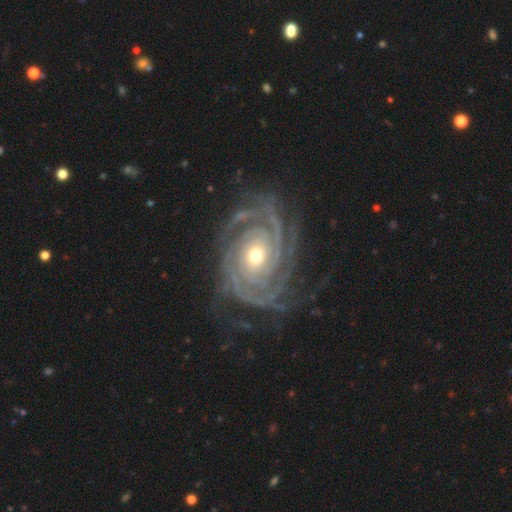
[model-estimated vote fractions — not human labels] A featured or disk galaxy (92%) with no bar (73%), 2 (22%, tied with 3) tight (78%) spiral arms (98%) and a moderate central bulge (54%).

Vote fractions:
- Smooth or featured? featured or disk: 92% / star or artifact: 5% / smooth: 3%
- Edge-on disk? no: 97% / yes: 3%
- Bar? no: 73% / weak: 17% / strong: 10%
- Spiral arms? yes: 98% / no: 2%
- Spiral winding? tight: 78% / medium: 18% / loose: 4%
- Spiral arm count? 2: 22% (tied) / 3: 22% (tied) / 4: 18% / can't tell: 17% / more than 4: 13% / 1: 8%
- Bulge size? moderate: 54% / small: 41% / large: 3% / dominant: 1% / none: 1%
- Merging? none: 73% / minor disturbance: 16% / major disturbance: 10% / merger: 1%